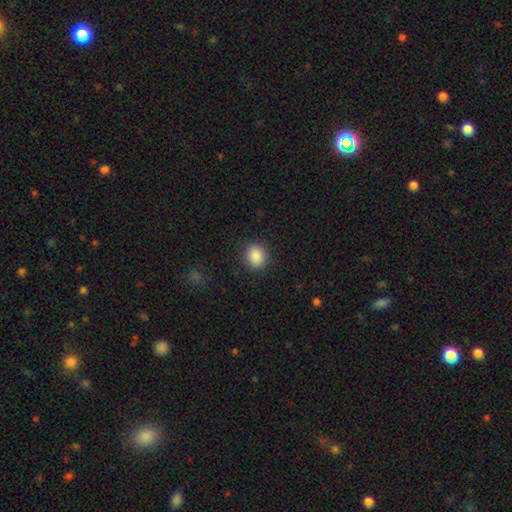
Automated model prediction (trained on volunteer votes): Smooth or featured: smooth — 88% (star or artifact — 9%)
How rounded: round — 74% (in between — 25%)
Merging: none — 89% (minor disturbance — 8%)